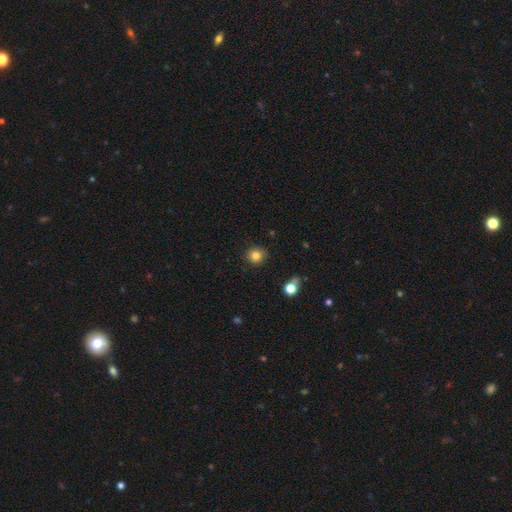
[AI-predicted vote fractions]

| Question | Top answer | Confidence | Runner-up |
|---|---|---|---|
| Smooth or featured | smooth | 83% | star or artifact (12%) |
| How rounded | round | 88% | in between (11%) |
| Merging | none | 86% | minor disturbance (10%) |